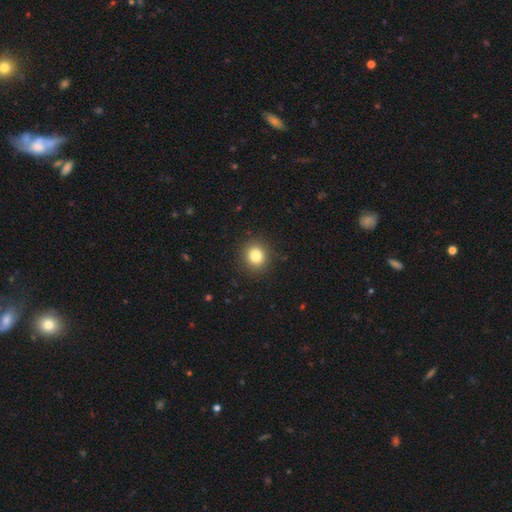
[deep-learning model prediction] This appears to be a smooth galaxy with no disk features (83%) that is round (85%). Merging: none (90%).